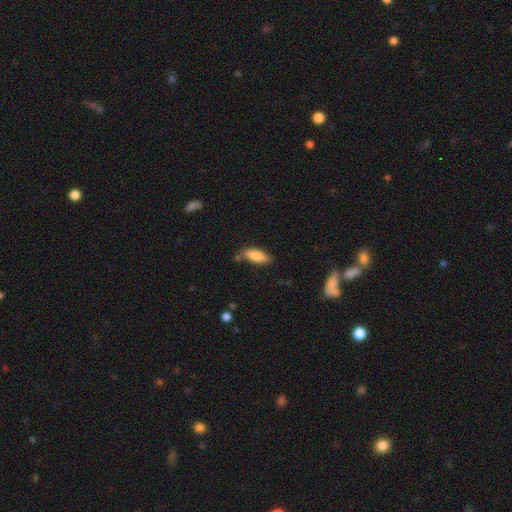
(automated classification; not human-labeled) smooth-or-featured: smooth: 84% | featured or disk: 9% | star or artifact: 6%
  how-rounded: in between: 75% | cigar-shaped: 23% | round: 2%
  merging: none: 72% | minor disturbance: 18% | merger: 6% | major disturbance: 4%